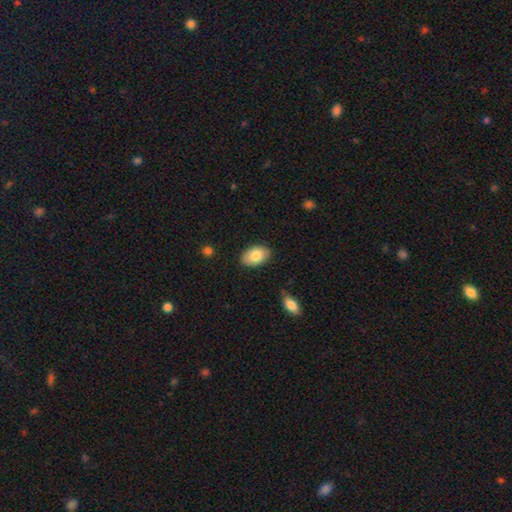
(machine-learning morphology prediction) Smooth or featured?
  - smooth: 81% *
  - featured or disk: 13%
  - star or artifact: 6%
How rounded?
  - in between: 90% *
  - round: 8%
  - cigar-shaped: 1%
Merging?
  - none: 86% *
  - minor disturbance: 11%
  - major disturbance: 2%
  - merger: 1%